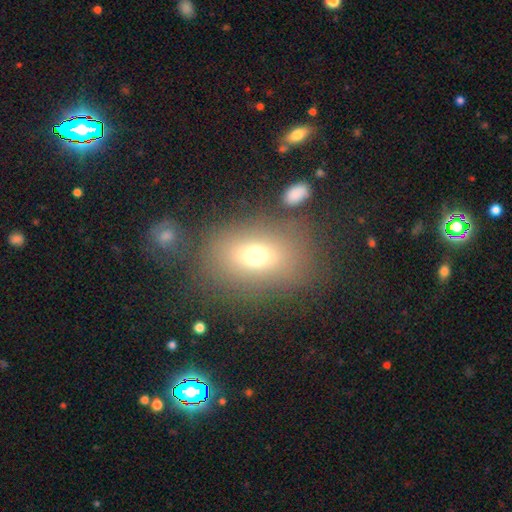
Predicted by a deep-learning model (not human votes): Smooth or featured? smooth (68%)
How rounded? in between (67%)
Merging? none (72%)